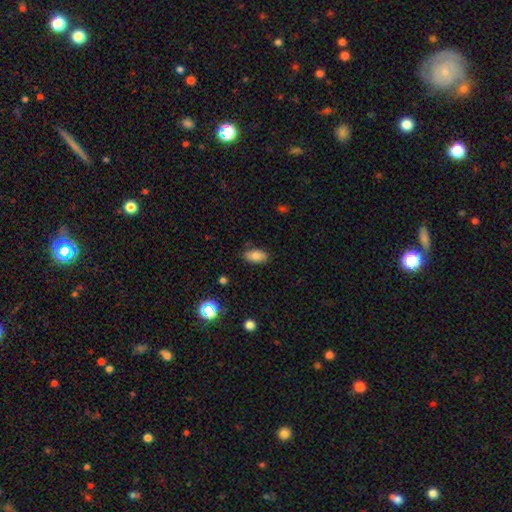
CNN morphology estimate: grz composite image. It shows a smooth galaxy with no disk features (82%) that is in between round and cigar-shaped (92%). Merging: none (84%).